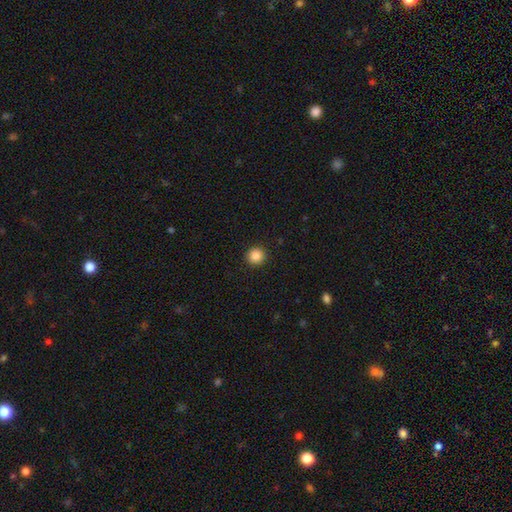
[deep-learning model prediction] The model was most divided on "smooth or featured": smooth: 87%, star or artifact: 10%, featured or disk: 3%. More confident: how rounded — round (94%); merging — none (93%).